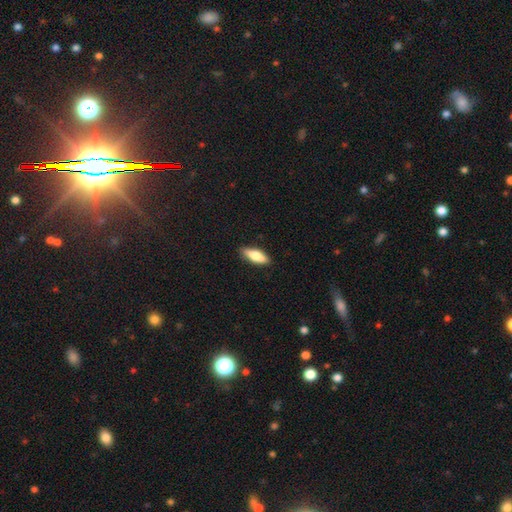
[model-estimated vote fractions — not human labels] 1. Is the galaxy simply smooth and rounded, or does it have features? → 68% smooth, 26% featured or disk, 6% star or artifact.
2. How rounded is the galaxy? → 60% in between, 37% cigar-shaped, 3% round.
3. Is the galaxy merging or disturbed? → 88% none, 9% minor disturbance, 2% major disturbance, 1% merger.